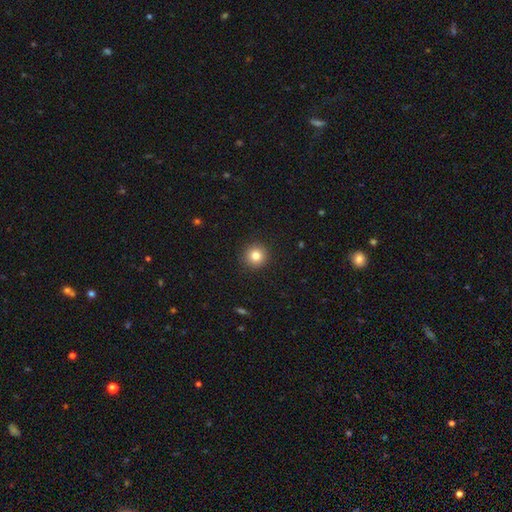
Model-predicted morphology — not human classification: Overall: smooth (82%). How rounded: round (95%). Merging: none (92%).